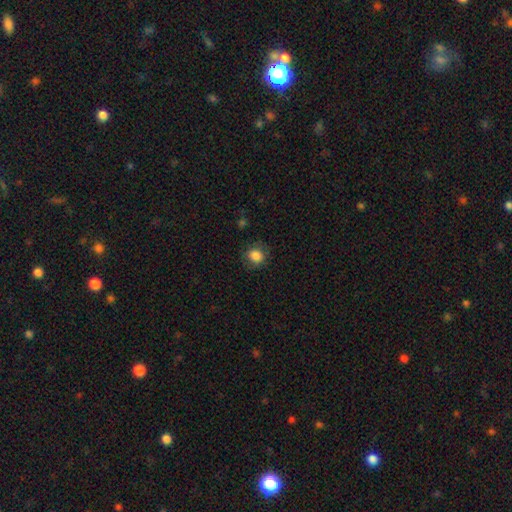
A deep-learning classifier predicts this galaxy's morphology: Overall: smooth (85%). How rounded: round (75%). Merging: none (81%).